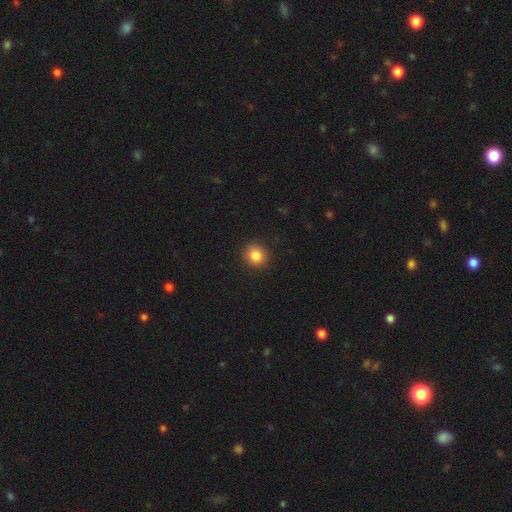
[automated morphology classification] type=smooth (85%); roundness=round (82%); merging=none (91%).